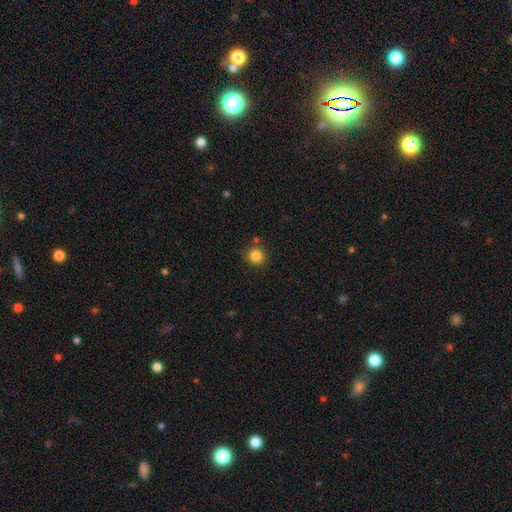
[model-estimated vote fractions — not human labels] This is clearly a smooth galaxy (83%). How rounded: clearly round (90%). Merging: clearly none (84%).